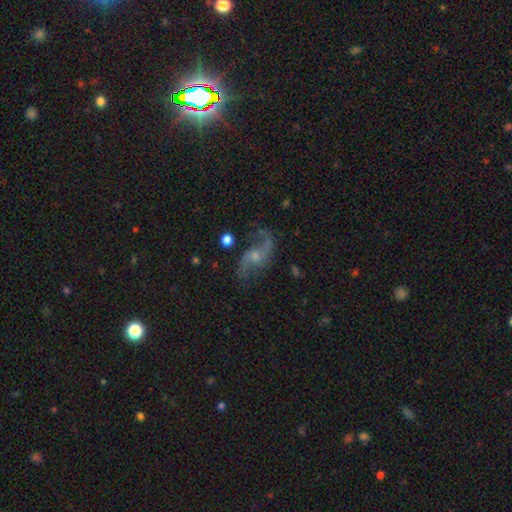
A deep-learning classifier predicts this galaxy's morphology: type=featured or disk (85%); edge-on=no (96%); bar=no (60%); spiral arms=yes (95%); winding=loose (78%); arm count=2 (92%); bulge=small (56%); merging=none (69%).